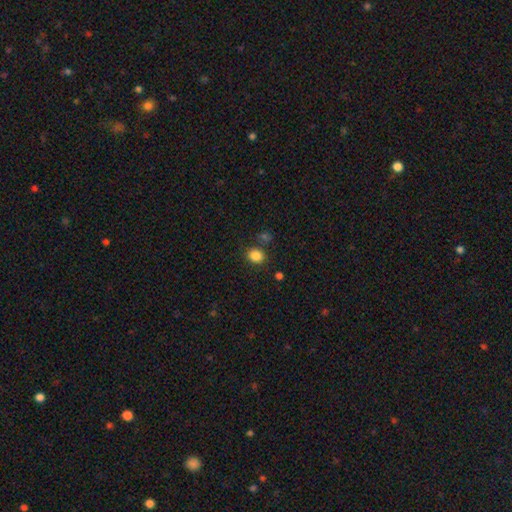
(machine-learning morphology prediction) The model was most divided on "how rounded": round: 61%, in between: 38%, cigar-shaped: 1%. More confident: smooth or featured — smooth (85%); merging — none (79%).